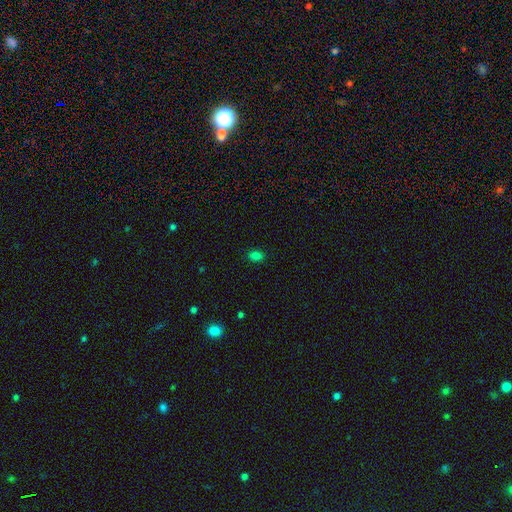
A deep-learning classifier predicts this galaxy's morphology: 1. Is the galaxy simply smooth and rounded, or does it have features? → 82% smooth, 15% star or artifact, 3% featured or disk.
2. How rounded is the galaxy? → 82% in between, 16% round, 2% cigar-shaped.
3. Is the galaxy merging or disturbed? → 88% none, 9% minor disturbance, 2% major disturbance, 1% merger.